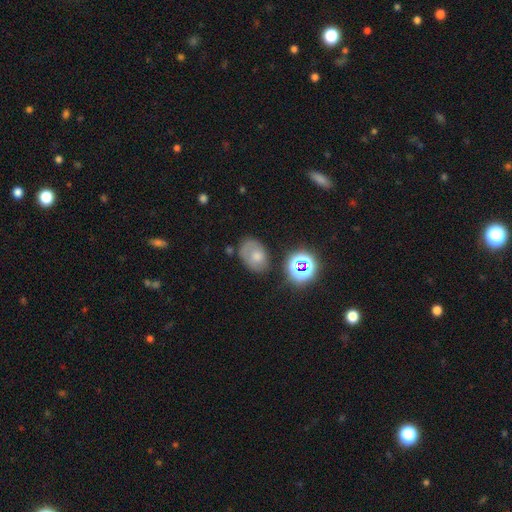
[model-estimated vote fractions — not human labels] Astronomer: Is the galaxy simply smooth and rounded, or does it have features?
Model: smooth — 60%.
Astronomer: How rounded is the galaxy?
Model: in between — 73%.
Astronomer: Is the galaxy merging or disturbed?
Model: none — 59%.